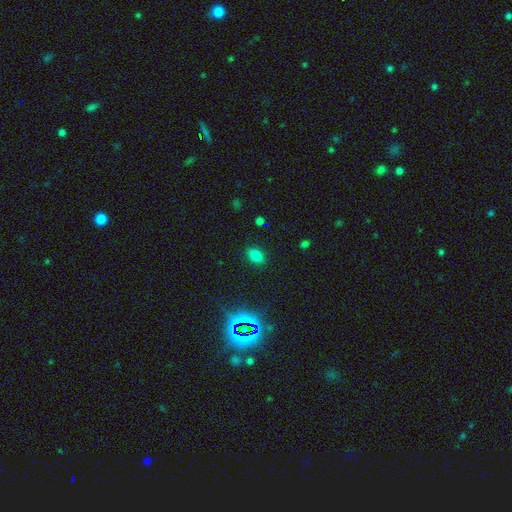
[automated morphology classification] This is likely a smooth galaxy (74%). How rounded: clearly in between (85%). Merging: clearly none (87%).